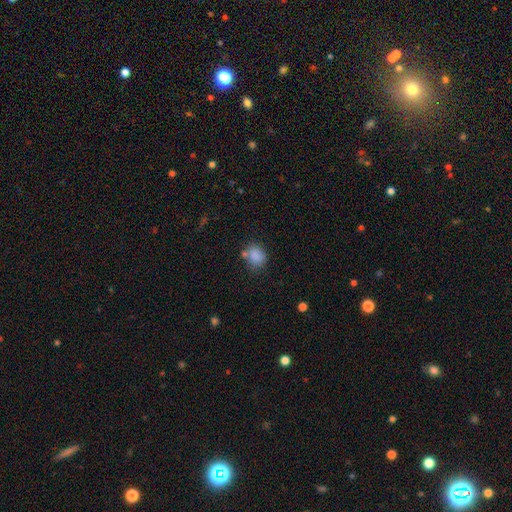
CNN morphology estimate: smooth-or-featured: smooth: 85% | star or artifact: 10% | featured or disk: 5%
  how-rounded: round: 63% | in between: 36% | cigar-shaped: 1%
  merging: none: 66% | minor disturbance: 16% | merger: 12% | major disturbance: 5%